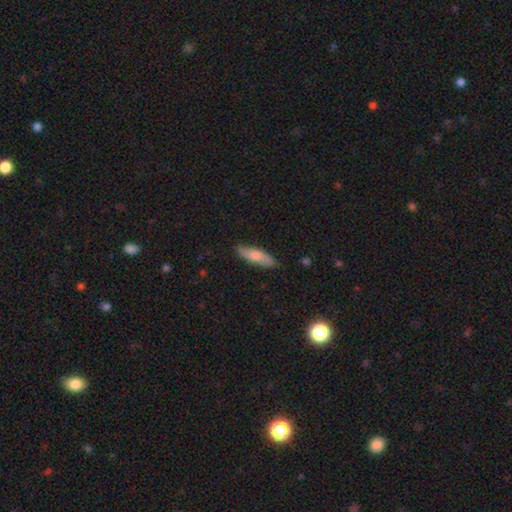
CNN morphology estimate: Smooth or featured? smooth (77%)
How rounded? cigar-shaped (59%)
Merging? none (85%)